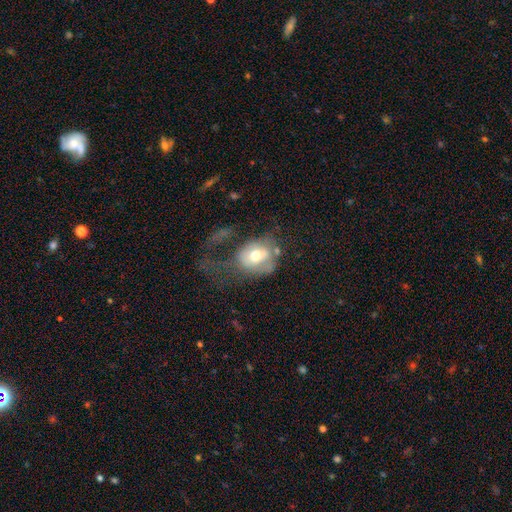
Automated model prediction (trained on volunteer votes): The model was most divided on "how rounded": round: 50%, in between: 49%, cigar-shaped: 1%. More confident: smooth or featured — smooth (58%); merging — major disturbance (53%).